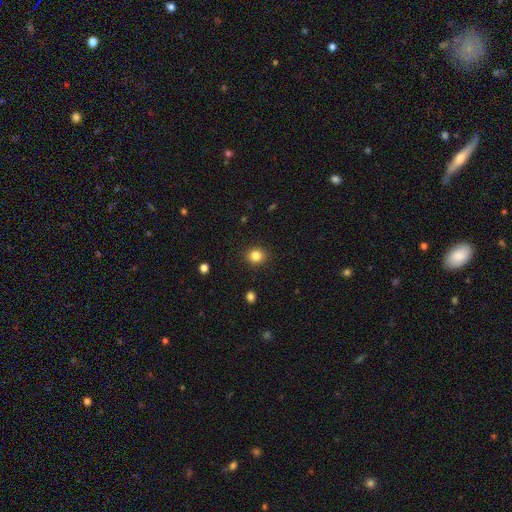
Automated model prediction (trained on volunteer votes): smooth-or-featured: smooth: 84% | star or artifact: 11% | featured or disk: 5%
  how-rounded: round: 78% | in between: 21% | cigar-shaped: 1%
  merging: none: 90% | minor disturbance: 6% | major disturbance: 2% | merger: 1%